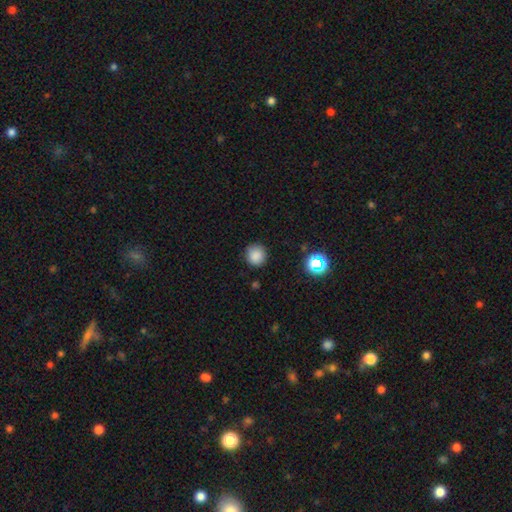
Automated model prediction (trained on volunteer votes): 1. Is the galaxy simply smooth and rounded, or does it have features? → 84% smooth, 12% star or artifact, 4% featured or disk.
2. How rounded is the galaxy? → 92% round, 7% in between, 1% cigar-shaped.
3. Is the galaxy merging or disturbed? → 88% none, 8% minor disturbance, 2% major disturbance, 1% merger.